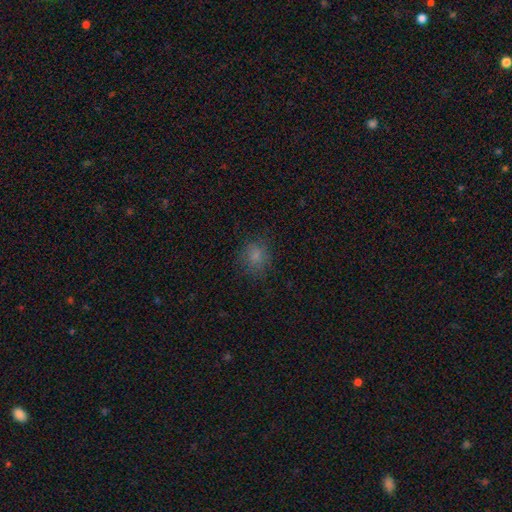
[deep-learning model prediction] A smooth galaxy with no disk features (78%) that is round (71%).

Vote fractions:
- Smooth or featured? smooth: 78% / star or artifact: 15% / featured or disk: 7%
- How rounded? round: 71% / in between: 28% / cigar-shaped: 1%
- Merging? none: 77% / minor disturbance: 15% / major disturbance: 6% / merger: 1%